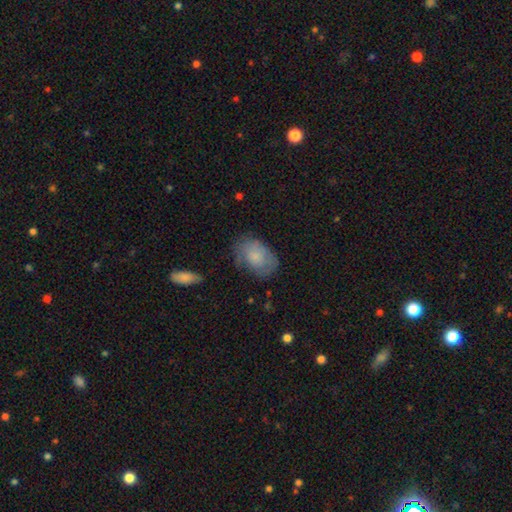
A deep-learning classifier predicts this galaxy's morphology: smooth 70%, featured or disk 23%, star or artifact 7%. Down the decision tree: how rounded — in between (82%); merging — none (61%).